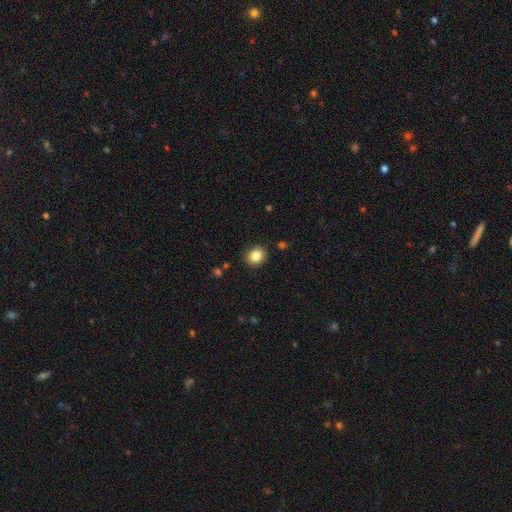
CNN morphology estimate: Smooth or featured? smooth (84%)
How rounded? round (73%)
Merging? none (88%)